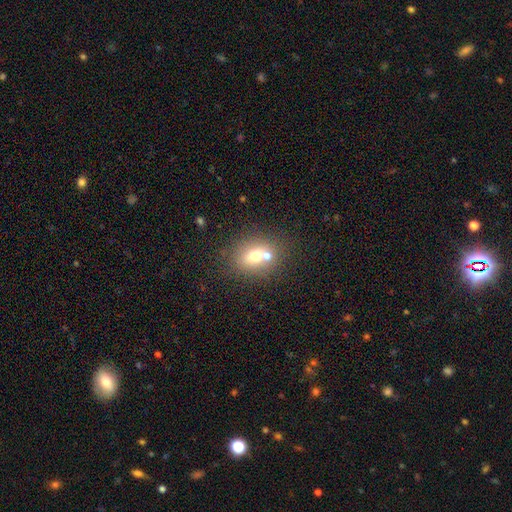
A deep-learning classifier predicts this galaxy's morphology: smooth-or-featured: smooth: 66% | featured or disk: 21% | star or artifact: 13%
  how-rounded: round: 51% | in between: 48% | cigar-shaped: 1%
  merging: none: 47% | merger: 39% | minor disturbance: 10% | major disturbance: 4%